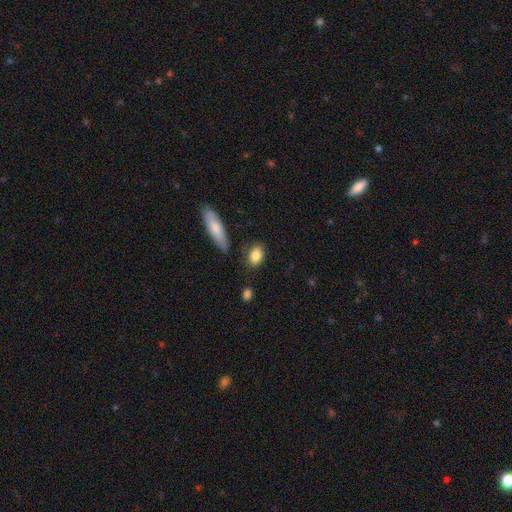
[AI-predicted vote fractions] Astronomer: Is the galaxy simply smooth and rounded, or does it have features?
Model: smooth — 85%.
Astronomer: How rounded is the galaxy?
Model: in between — 75%.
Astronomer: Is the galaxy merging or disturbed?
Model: none — 80%.